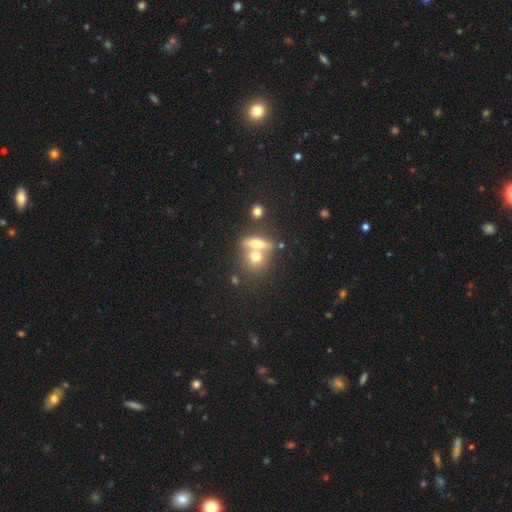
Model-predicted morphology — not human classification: The model was most divided on "merging": merger: 50%, none: 39%, minor disturbance: 7%, major disturbance: 4%. More confident: smooth or featured — smooth (57%); how rounded — round (52%).